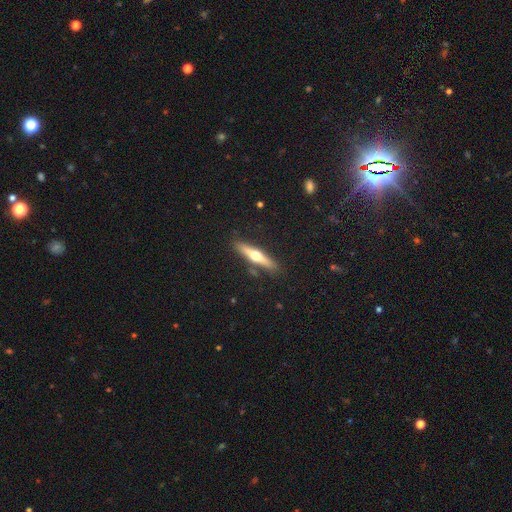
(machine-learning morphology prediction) Smooth or featured?
  - featured or disk: 55% *
  - smooth: 39%
  - star or artifact: 6%
Edge-on disk?
  - yes: 94% *
  - no: 6%
Edge-on bulge?
  - rounded: 93% *
  - none: 4%
  - boxy: 3%
Merging?
  - none: 86% *
  - minor disturbance: 9%
  - merger: 3%
  - major disturbance: 2%